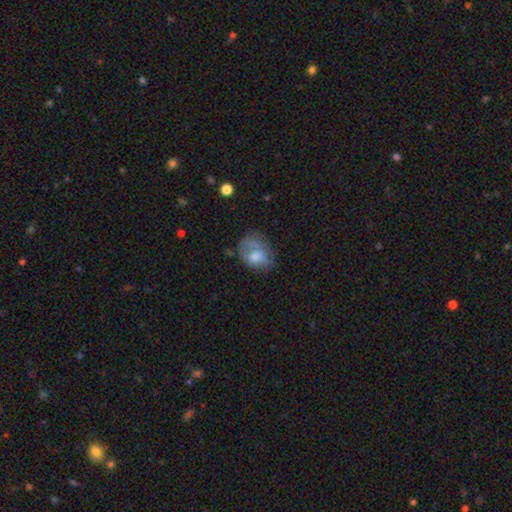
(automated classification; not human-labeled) Smooth or featured? Predicted: smooth (p=0.61). How rounded? Predicted: in between (p=0.60). Merging? Predicted: none (p=0.38).